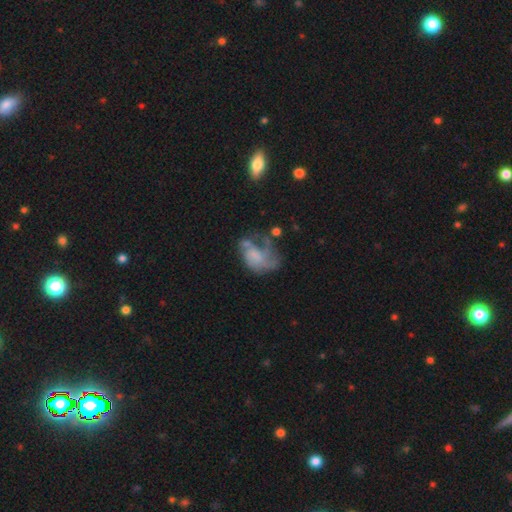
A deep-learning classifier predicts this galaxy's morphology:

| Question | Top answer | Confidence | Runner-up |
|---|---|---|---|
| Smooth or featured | featured or disk | 56% | smooth (33%) |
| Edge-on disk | no | 97% | yes (3%) |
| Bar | no | 73% | weak (23%) |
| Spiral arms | yes | 57% | no (43%) |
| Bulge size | none | 55% | small (20%) |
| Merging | major disturbance | 42% | none (28%) |